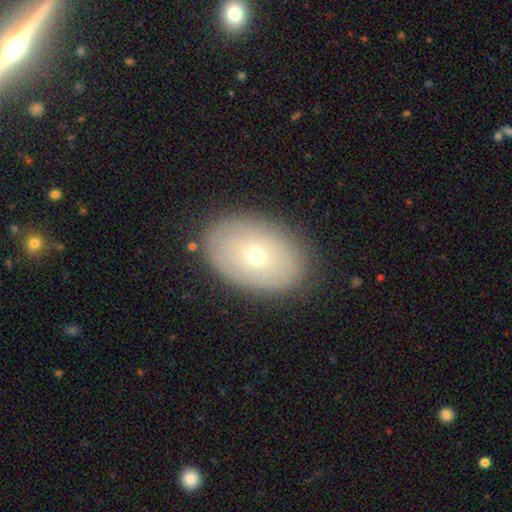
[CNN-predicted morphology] This is possibly a smooth galaxy (57%). How rounded: clearly in between (82%). Merging: clearly none (84%).